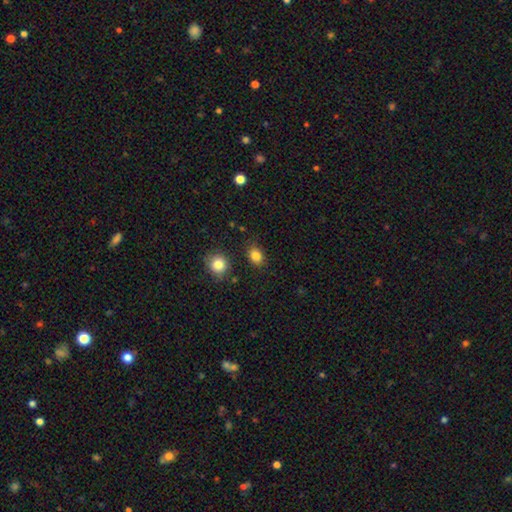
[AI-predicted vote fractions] Smooth or featured? Predicted: smooth (p=0.84). How rounded? Predicted: in between (p=0.55). Merging? Predicted: none (p=0.82).